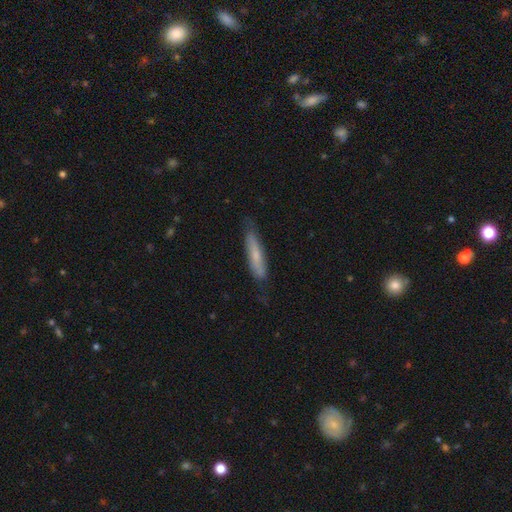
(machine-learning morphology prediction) This is likely a smooth galaxy (61%). How rounded: clearly cigar-shaped (86%). Merging: likely none (73%).